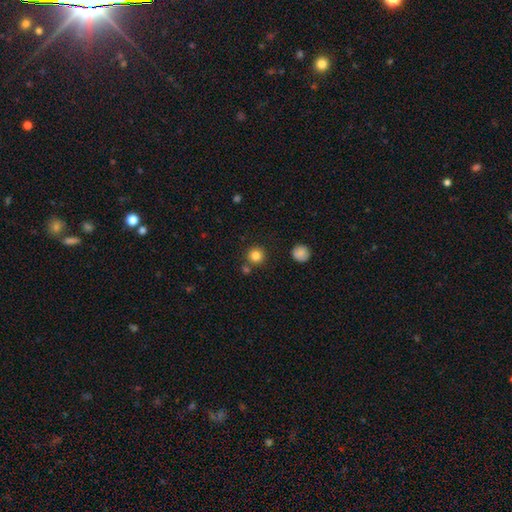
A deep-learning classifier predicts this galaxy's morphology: A smooth galaxy with no disk features (83%) that is round (95%).

Vote fractions:
- Smooth or featured? smooth: 83% / star or artifact: 12% / featured or disk: 5%
- How rounded? round: 95% / in between: 4% / cigar-shaped: 1%
- Merging? none: 82% / merger: 9% / minor disturbance: 7% / major disturbance: 2%